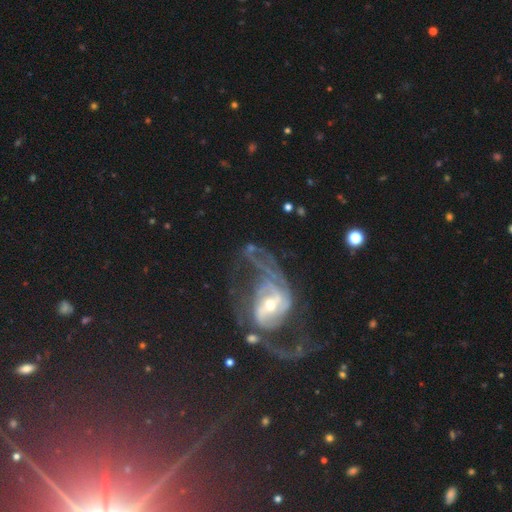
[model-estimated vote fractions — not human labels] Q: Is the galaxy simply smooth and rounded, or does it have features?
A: featured or disk — 86%.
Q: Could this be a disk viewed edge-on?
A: no — 97%.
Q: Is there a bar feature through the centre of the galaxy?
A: weak — 39%.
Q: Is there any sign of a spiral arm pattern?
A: yes — 92%.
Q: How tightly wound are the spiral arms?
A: loose — 42%.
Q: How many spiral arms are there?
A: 2 — 61%.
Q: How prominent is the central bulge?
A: small — 49%.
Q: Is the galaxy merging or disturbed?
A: major disturbance — 42%.